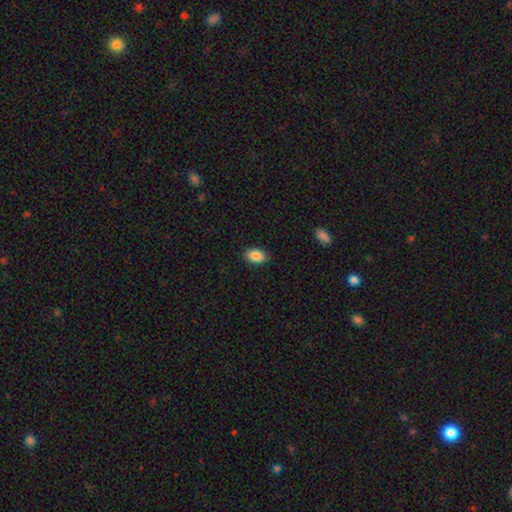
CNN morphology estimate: Smooth or featured: smooth — 88% (star or artifact — 8%)
How rounded: in between — 89% (round — 10%)
Merging: none — 89% (minor disturbance — 8%)